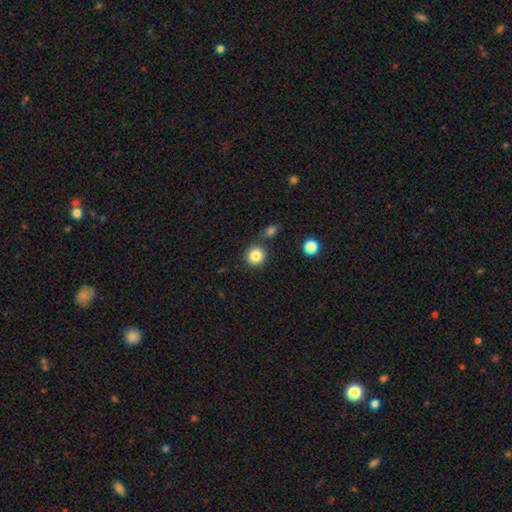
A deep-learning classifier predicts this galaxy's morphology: smooth_or_featured: smooth (p=0.85) [alt: star or artifact p=0.10]
how_rounded: round (p=0.92) [alt: in between p=0.07]
merging: none (p=0.81) [alt: minor disturbance p=0.08]